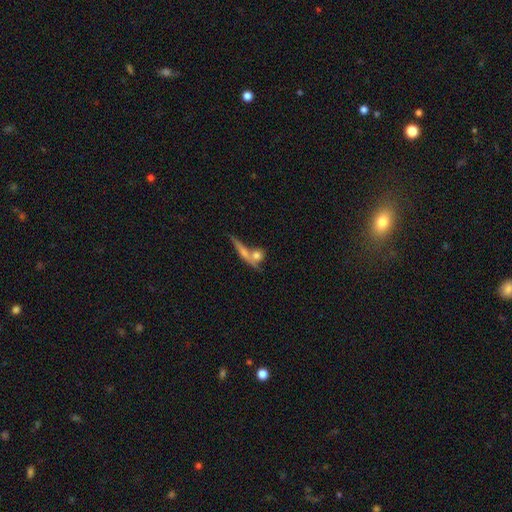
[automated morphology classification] smooth 65%, featured or disk 26%, star or artifact 9%. Down the decision tree: how rounded — round (54%); merging — none (46%).